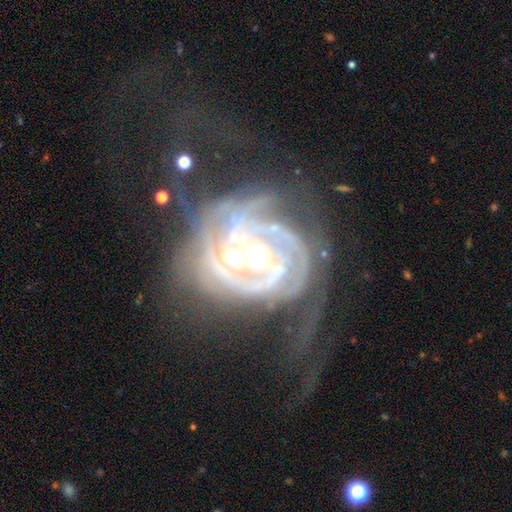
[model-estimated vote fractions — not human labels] smooth_or_featured: featured or disk (p=0.88) [alt: star or artifact p=0.07]
disk_edge_on: no (p=0.97) [alt: yes p=0.03]
bar: no (p=0.61) [alt: weak p=0.24]
has_spiral_arms: yes (p=0.92) [alt: no p=0.08]
spiral_winding: tight (p=0.57) [alt: medium p=0.32]
spiral_arm_count: can't tell (p=0.29) [alt: 2 p=0.24]
bulge_size: moderate (p=0.71) [alt: small p=0.14]
merging: major disturbance (p=0.34) [alt: merger p=0.30]